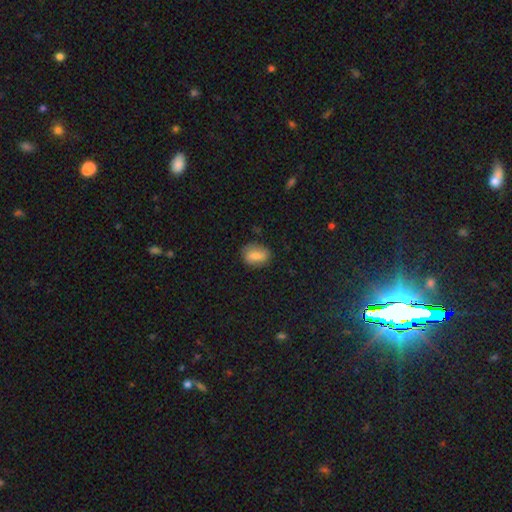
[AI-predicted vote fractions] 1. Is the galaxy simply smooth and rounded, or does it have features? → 71% smooth, 21% featured or disk, 8% star or artifact.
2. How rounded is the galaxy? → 72% in between, 25% round, 3% cigar-shaped.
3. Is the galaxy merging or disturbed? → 76% none, 18% minor disturbance, 5% major disturbance, 2% merger.